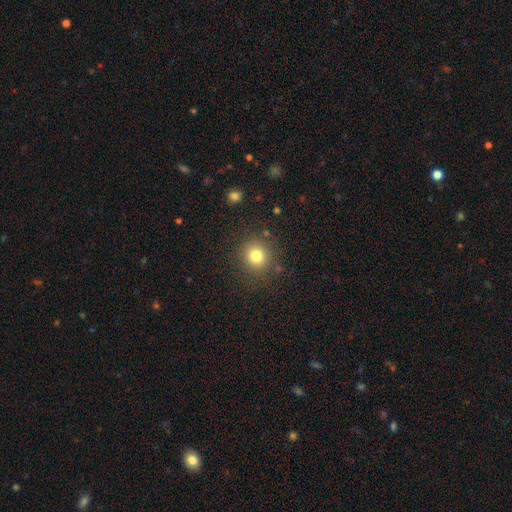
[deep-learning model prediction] Overall: smooth (79%). How rounded: round (90%). Merging: none (86%).